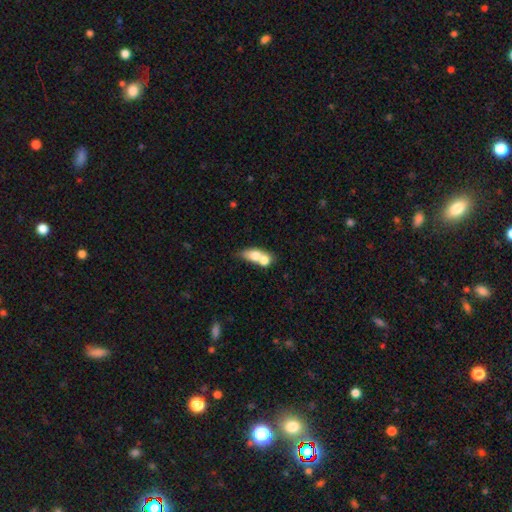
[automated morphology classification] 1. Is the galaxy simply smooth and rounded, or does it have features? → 67% smooth, 25% featured or disk, 8% star or artifact.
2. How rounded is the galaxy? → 65% in between, 21% round, 14% cigar-shaped.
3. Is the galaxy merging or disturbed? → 63% merger, 24% none, 8% minor disturbance, 5% major disturbance.